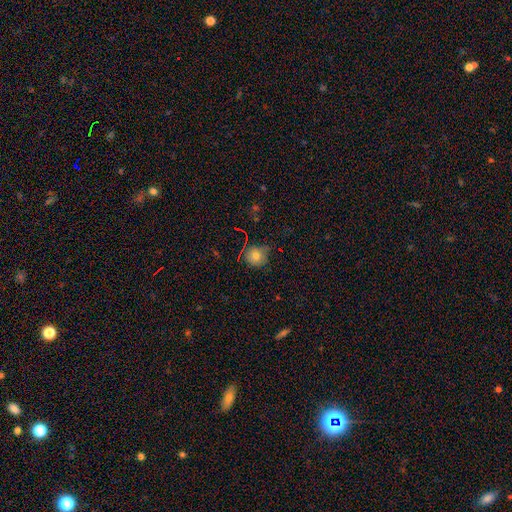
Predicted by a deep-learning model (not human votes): Q: Smooth or featured?
A: smooth (73%); runner-up: star or artifact (15%)
Q: How rounded?
A: round (86%); runner-up: in between (13%)
Q: Merging?
A: none (69%); runner-up: minor disturbance (23%)